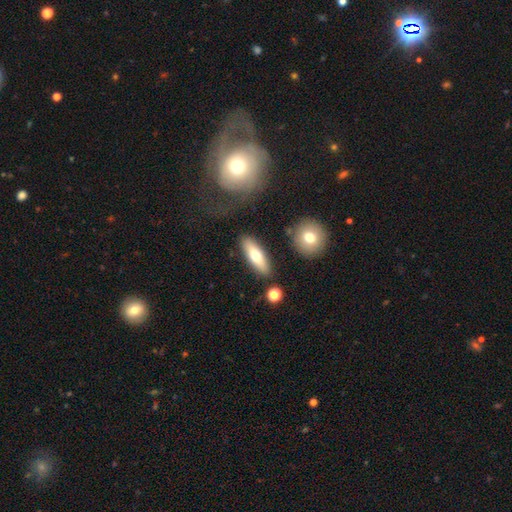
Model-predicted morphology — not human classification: Overall: smooth (64%; featured or disk 29%). How rounded: in between (52%; cigar-shaped 45%). Merging: none (84%).